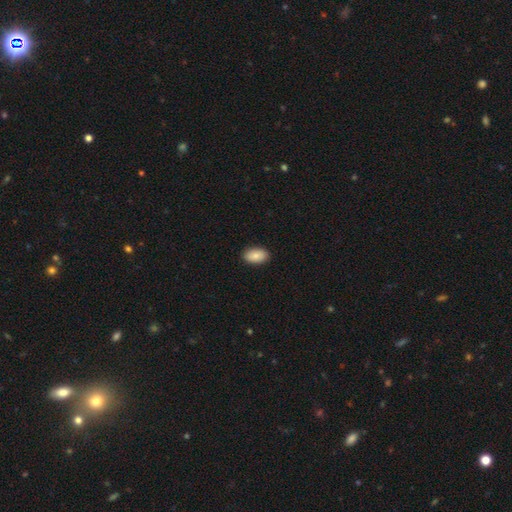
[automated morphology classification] This appears to be a smooth galaxy with no disk features (87%) that is in between round and cigar-shaped (93%). Merging: none (90%).